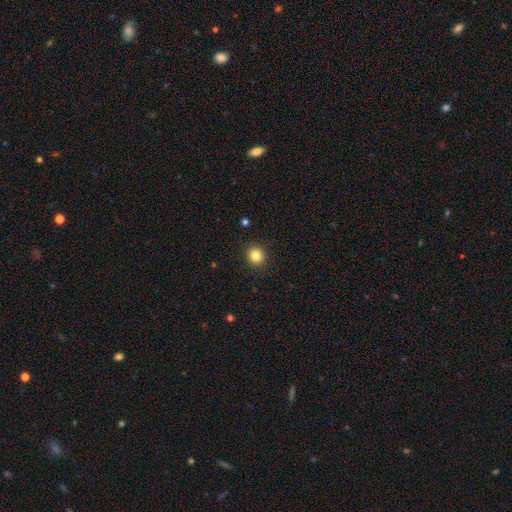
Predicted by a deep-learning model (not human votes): Q: Smooth or featured?
A: smooth (83%); runner-up: star or artifact (11%)
Q: How rounded?
A: round (85%); runner-up: in between (14%)
Q: Merging?
A: none (90%); runner-up: minor disturbance (7%)